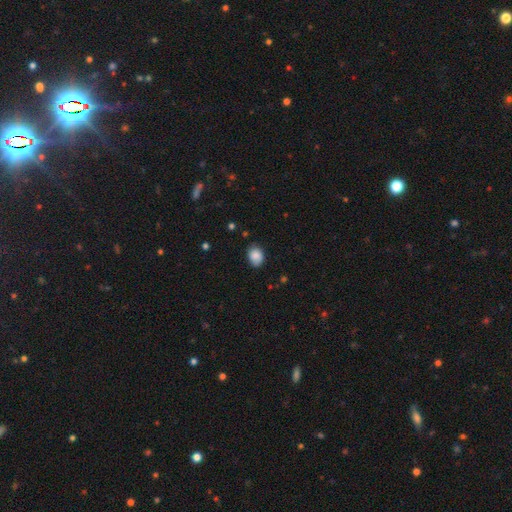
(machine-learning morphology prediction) A smooth galaxy with no disk features (85%) that is in between round and cigar-shaped (66%). Merging: none (75%).